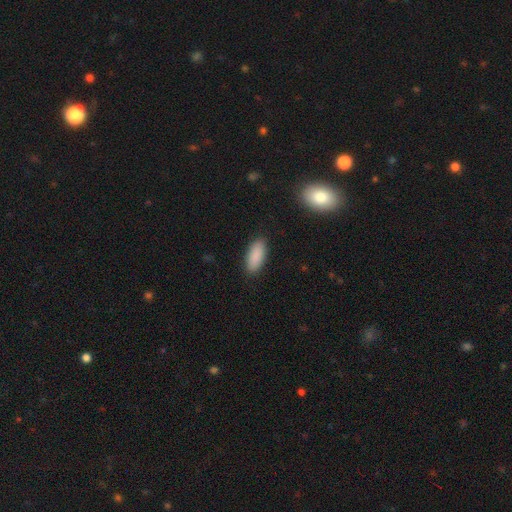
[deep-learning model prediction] smooth 90%, star or artifact 6%, featured or disk 4%. Down the decision tree: how rounded — in between (84%); merging — none (89%).